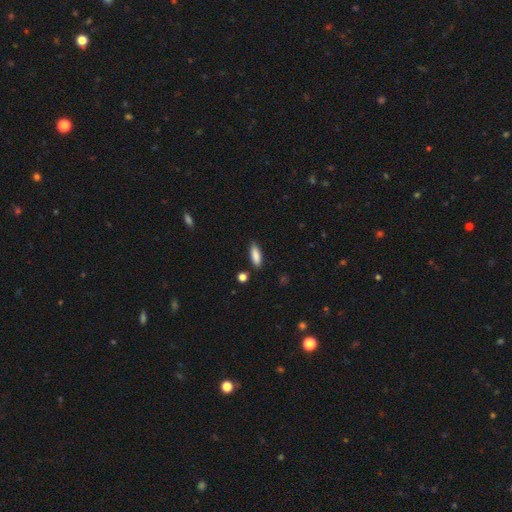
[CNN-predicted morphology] A smooth galaxy with no disk features (86%) that is in between round and cigar-shaped (63%).

Vote fractions:
- Smooth or featured? smooth: 86% / featured or disk: 7% / star or artifact: 7%
- How rounded? in between: 63% / cigar-shaped: 35% / round: 2%
- Merging? none: 83% / minor disturbance: 12% / merger: 3% / major disturbance: 2%